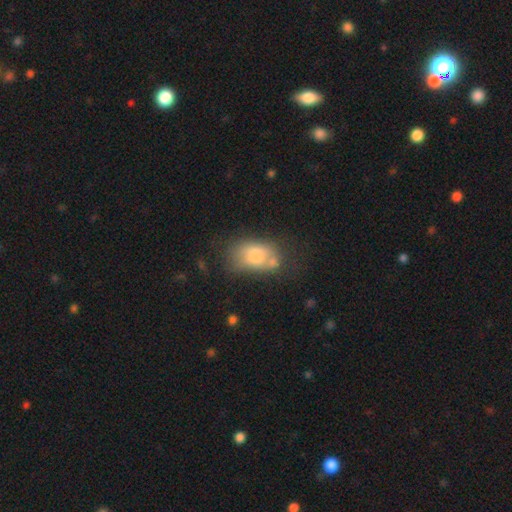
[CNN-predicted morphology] The model was most divided on "merging": none: 37%, minor disturbance: 25%, merger: 24%, major disturbance: 14%. More confident: how rounded — in between (84%); smooth or featured — smooth (68%).